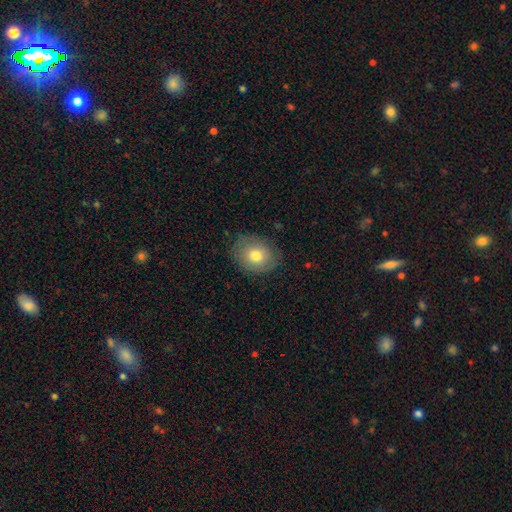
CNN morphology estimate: Smooth or featured: smooth — 75% (featured or disk — 17%)
How rounded: round — 52% (in between — 48%)
Merging: none — 82% (minor disturbance — 13%)